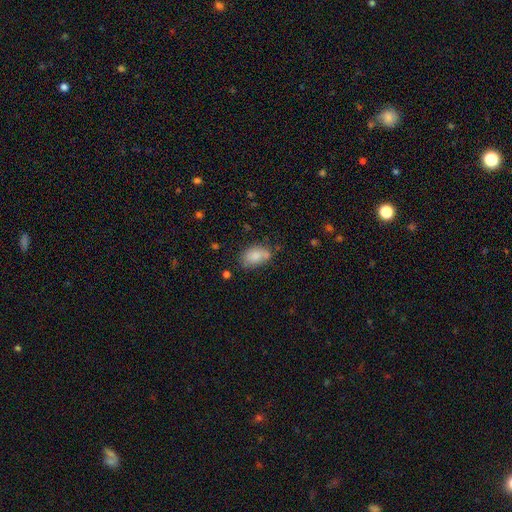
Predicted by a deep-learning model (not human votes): Morphology: type=smooth (80%); roundness=in between (88%); merging=none (56%).